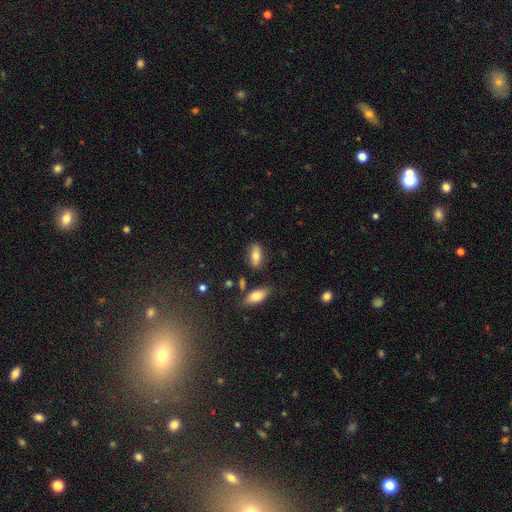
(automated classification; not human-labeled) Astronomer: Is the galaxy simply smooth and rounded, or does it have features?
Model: smooth — 73%.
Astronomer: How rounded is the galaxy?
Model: in between — 82%.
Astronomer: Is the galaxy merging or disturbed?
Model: none — 81%.